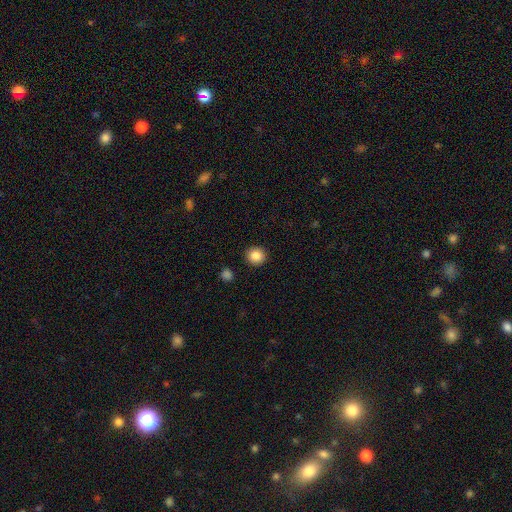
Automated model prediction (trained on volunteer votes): Overall: smooth (86%). How rounded: round (92%). Merging: none (92%).